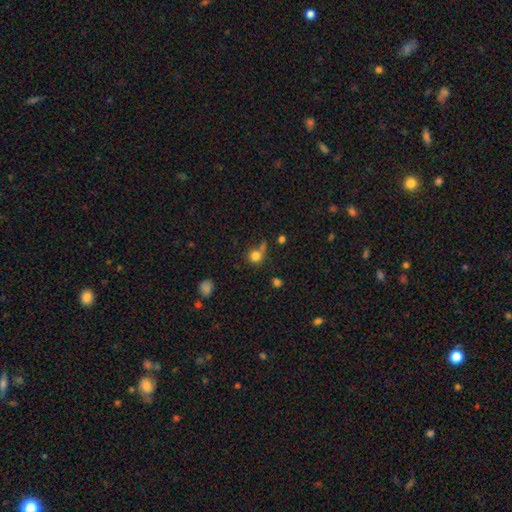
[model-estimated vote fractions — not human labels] This is likely a smooth galaxy (79%). How rounded: clearly round (88%). Merging: possibly none (53%).